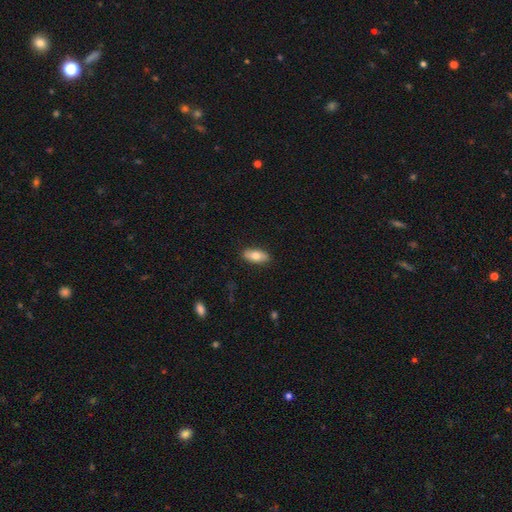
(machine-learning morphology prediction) This appears to be a smooth galaxy with no disk features (77%) that is in between round and cigar-shaped (85%). Merging: none (88%).